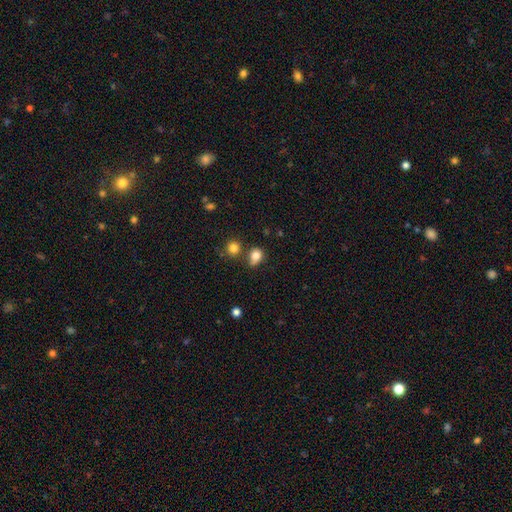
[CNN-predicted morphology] smooth 82%, star or artifact 11%, featured or disk 7%. Down the decision tree: how rounded — round (54%); merging — none (56%).